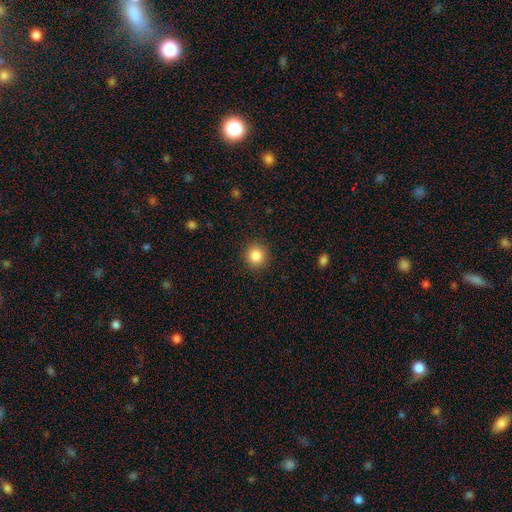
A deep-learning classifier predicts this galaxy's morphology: Overall: smooth (85%). How rounded: round (93%). Merging: none (91%).